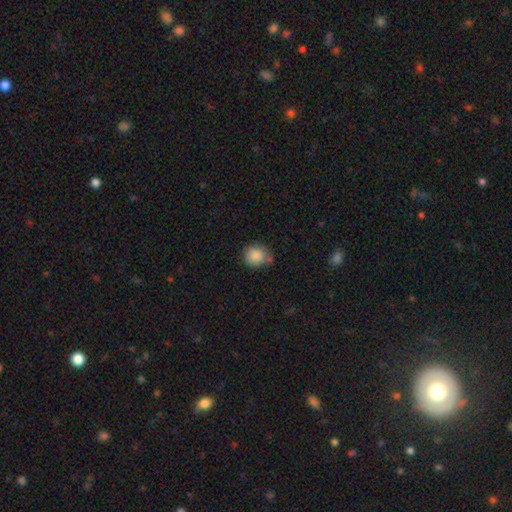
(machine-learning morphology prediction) Smooth or featured? smooth (87%)
How rounded? round (84%)
Merging? none (69%)